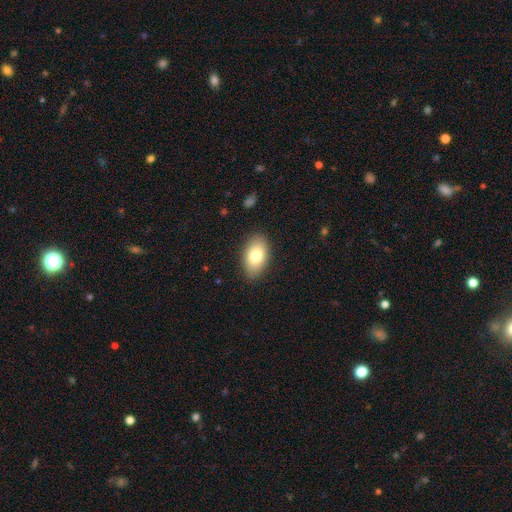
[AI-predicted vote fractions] Smooth or featured? Predicted: smooth (p=0.80). How rounded? Predicted: in between (p=0.92). Merging? Predicted: none (p=0.87).